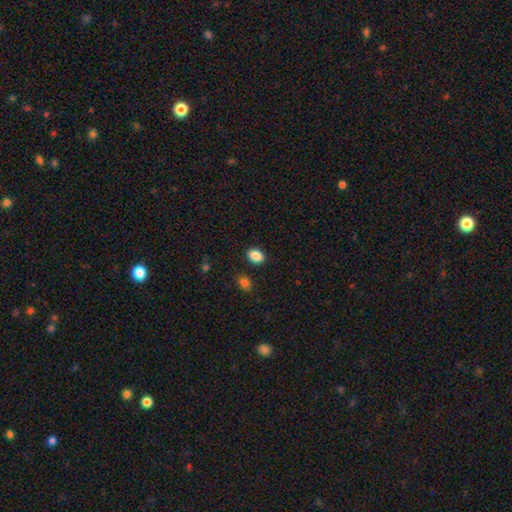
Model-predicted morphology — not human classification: Overall: smooth (88%). How rounded: in between (74%). Merging: none (87%).